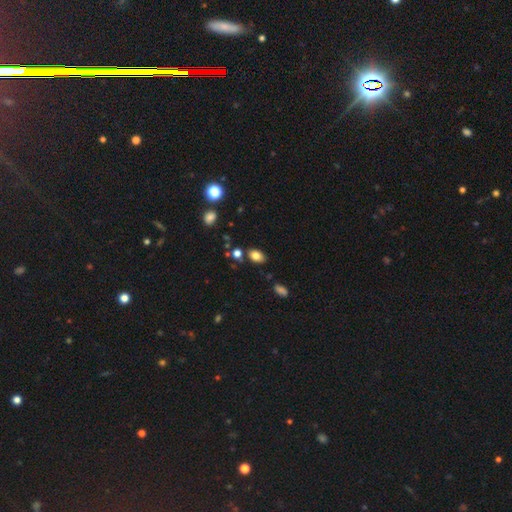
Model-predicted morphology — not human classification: A smooth galaxy with no disk features (80%) that is in between round and cigar-shaped (86%). Merging: none (78%).